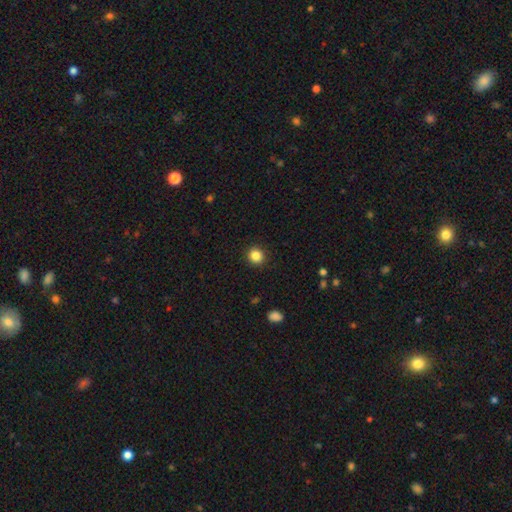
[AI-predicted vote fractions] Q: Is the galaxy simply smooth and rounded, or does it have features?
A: smooth — 85%.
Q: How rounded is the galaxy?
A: round — 91%.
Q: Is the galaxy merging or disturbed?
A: none — 92%.